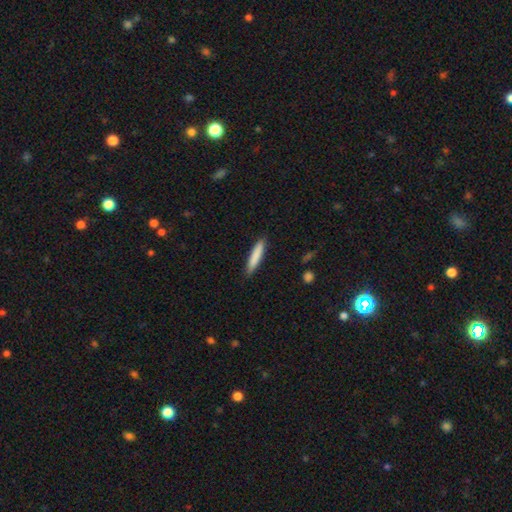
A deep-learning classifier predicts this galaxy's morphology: smooth-or-featured: smooth: 83% | featured or disk: 11% | star or artifact: 6%
  how-rounded: cigar-shaped: 89% | in between: 10% | round: 1%
  merging: none: 88% | minor disturbance: 9% | major disturbance: 2% | merger: 1%